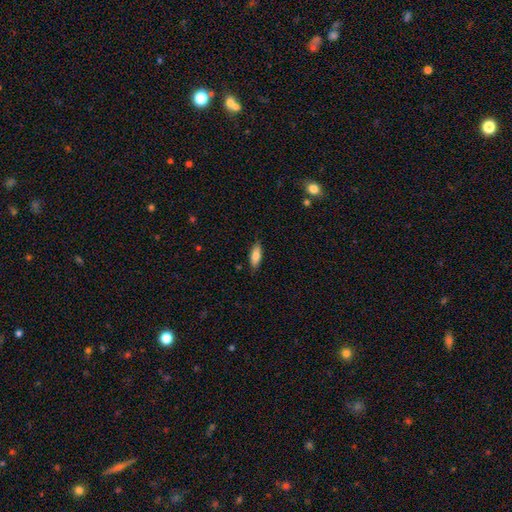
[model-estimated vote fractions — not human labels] Smooth or featured?
  - smooth: 80% *
  - featured or disk: 14%
  - star or artifact: 6%
How rounded?
  - in between: 63% *
  - cigar-shaped: 35%
  - round: 2%
Merging?
  - none: 84% *
  - minor disturbance: 13%
  - major disturbance: 2%
  - merger: 1%